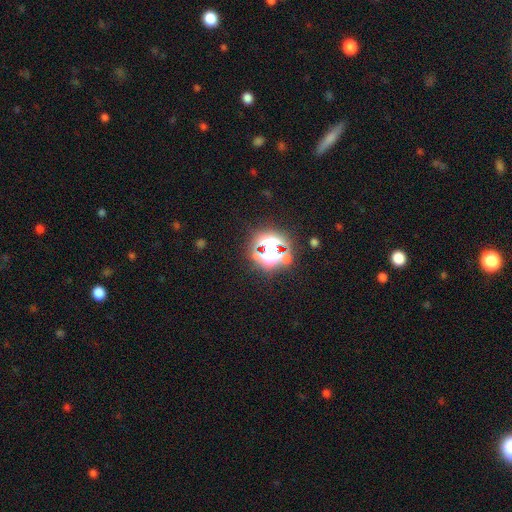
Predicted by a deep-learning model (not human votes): A star or artifact, not a galaxy (80%).

Vote fractions:
- Smooth or featured? star or artifact: 80% / smooth: 13% / featured or disk: 7%